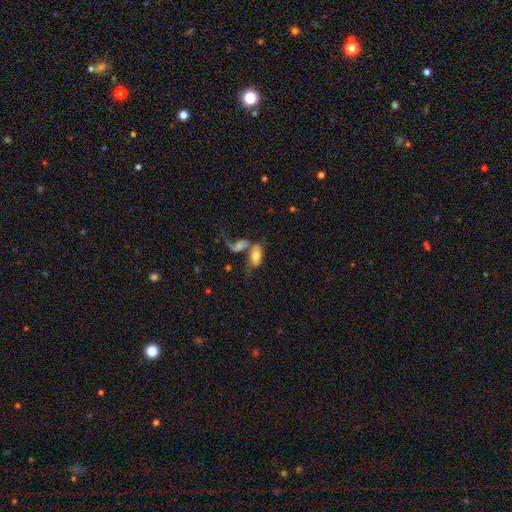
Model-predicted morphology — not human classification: Smooth or featured: smooth — 59% (featured or disk — 33%)
How rounded: in between — 89% (cigar-shaped — 6%)
Merging: merger — 51% (none — 22%)